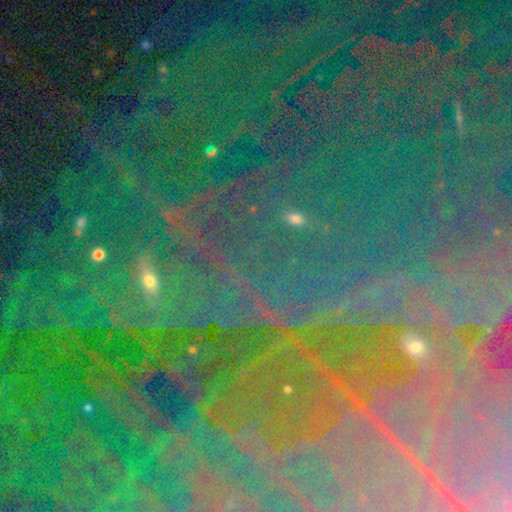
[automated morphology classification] type=star or artifact (86%).